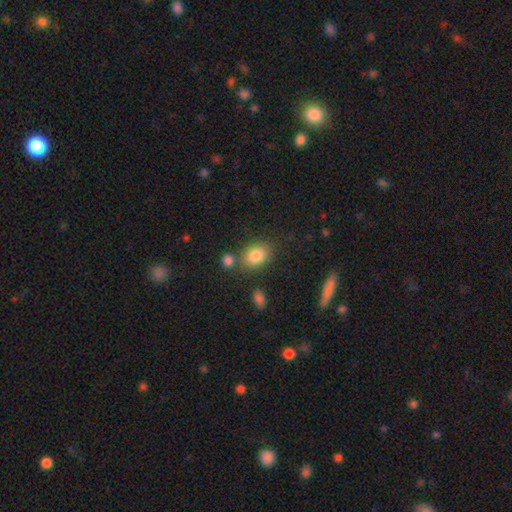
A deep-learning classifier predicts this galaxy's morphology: A smooth galaxy with no disk features (84%) that is in between round and cigar-shaped (69%).

Vote fractions:
- Smooth or featured? smooth: 84% / star or artifact: 9% / featured or disk: 7%
- How rounded? in between: 69% / round: 29% / cigar-shaped: 1%
- Merging? none: 70% / minor disturbance: 14% / merger: 12% / major disturbance: 5%